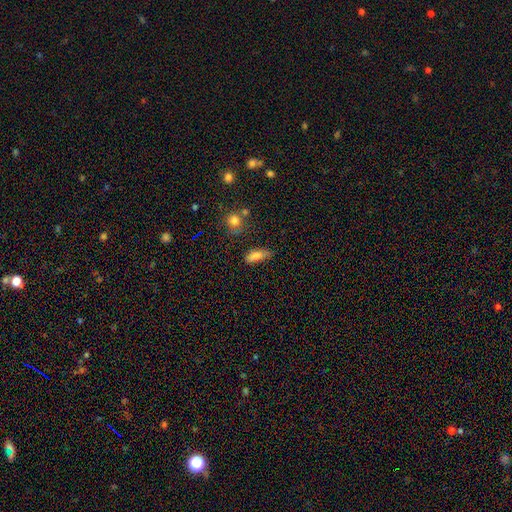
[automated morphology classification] Smooth or featured? Predicted: smooth (p=0.80). How rounded? Predicted: in between (p=0.70). Merging? Predicted: none (p=0.52).